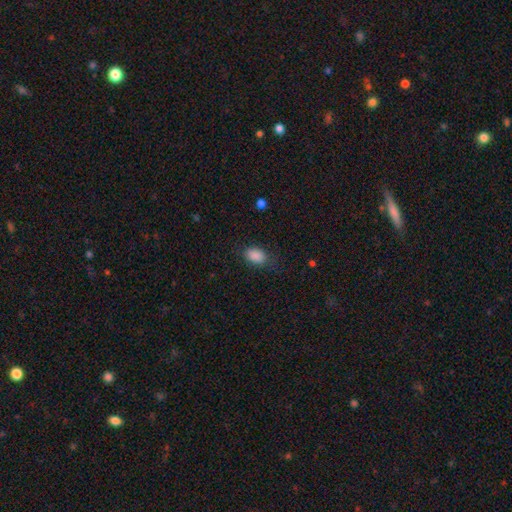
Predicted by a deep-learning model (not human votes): A smooth galaxy with no disk features (87%) that is in between round and cigar-shaped (87%).

Vote fractions:
- Smooth or featured? smooth: 87% / star or artifact: 8% / featured or disk: 4%
- How rounded? in between: 87% / round: 12% / cigar-shaped: 1%
- Merging? none: 75% / minor disturbance: 17% / major disturbance: 6% / merger: 1%